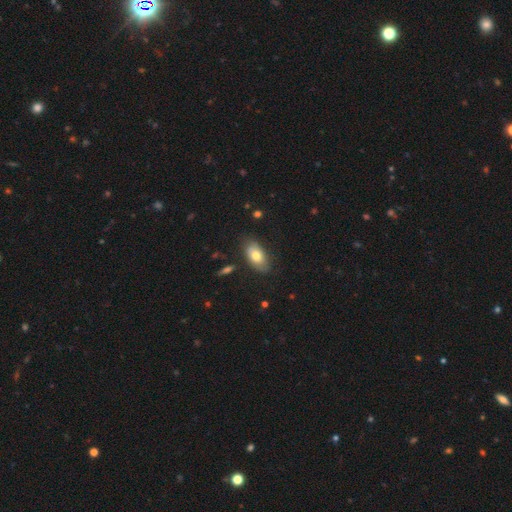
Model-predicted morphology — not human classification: This appears to be a smooth galaxy with no disk features (68%) that is in between round and cigar-shaped (91%). Merging: none (76%).